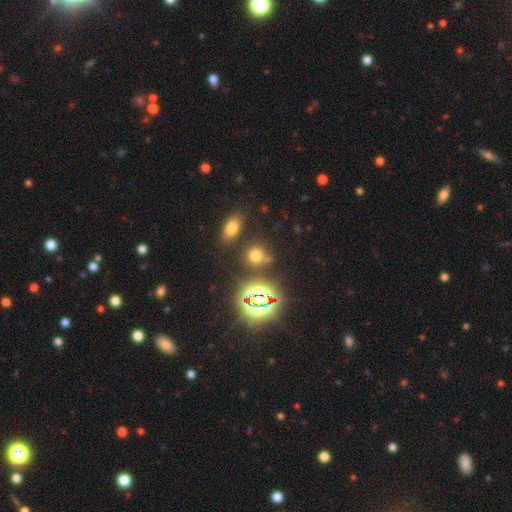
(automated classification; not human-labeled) smooth 55%, star or artifact 37%, featured or disk 8%. Down the decision tree: how rounded — round (73%); merging — none (72%).